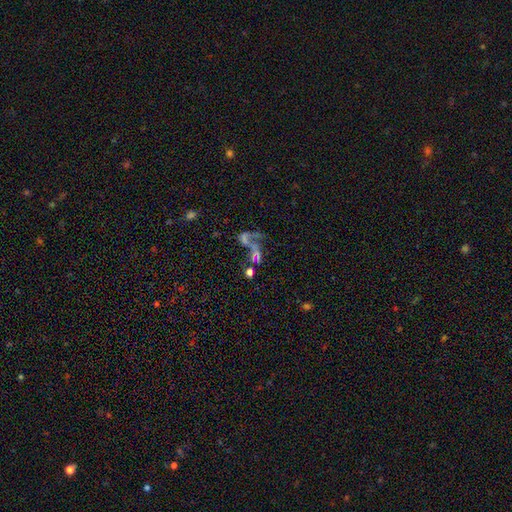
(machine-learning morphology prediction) Q: Smooth or featured?
A: featured or disk (43%); runner-up: star or artifact (30%)
Q: Merging?
A: merger (38%); runner-up: major disturbance (31%)